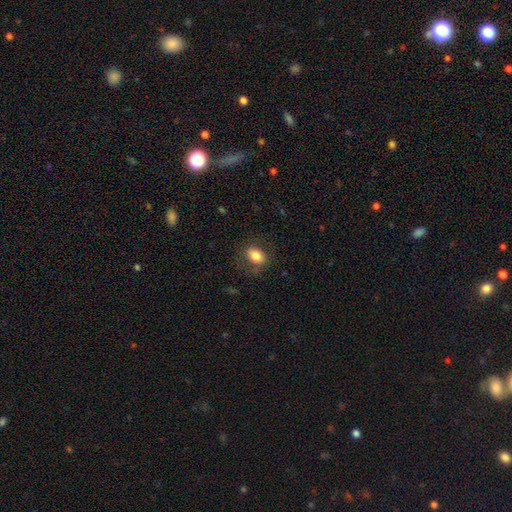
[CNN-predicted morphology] This appears to be a smooth galaxy with no disk features (82%) that is in between round and cigar-shaped (75%). Merging: none (72%).